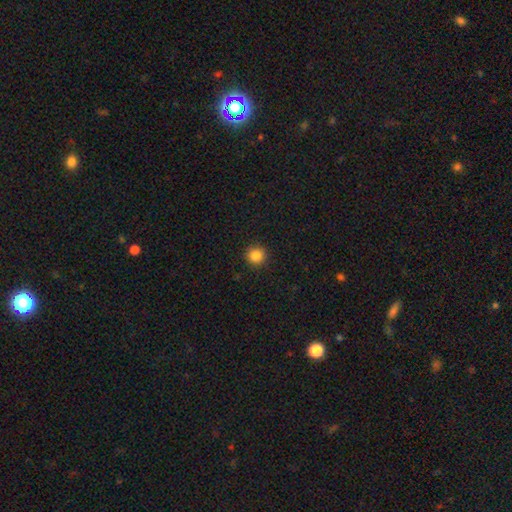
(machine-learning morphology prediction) smooth-or-featured: smooth: 85% | star or artifact: 11% | featured or disk: 5%
  how-rounded: round: 94% | in between: 5% | cigar-shaped: 1%
  merging: none: 92% | minor disturbance: 5% | major disturbance: 2% | merger: 1%